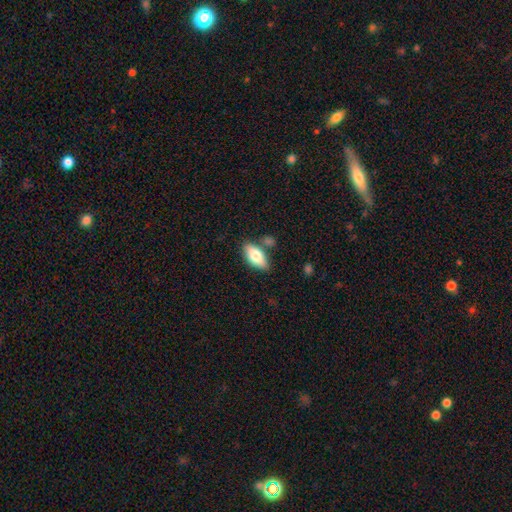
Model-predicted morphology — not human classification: This appears to be a smooth galaxy with no disk features (77%) that is in between round and cigar-shaped (90%). Merging: none (71%).